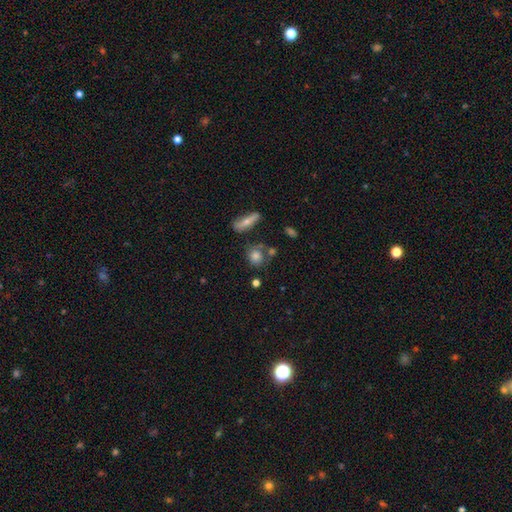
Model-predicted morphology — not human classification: smooth 73%, featured or disk 16%, star or artifact 11%. Down the decision tree: how rounded — round (69%); merging — none (59%).